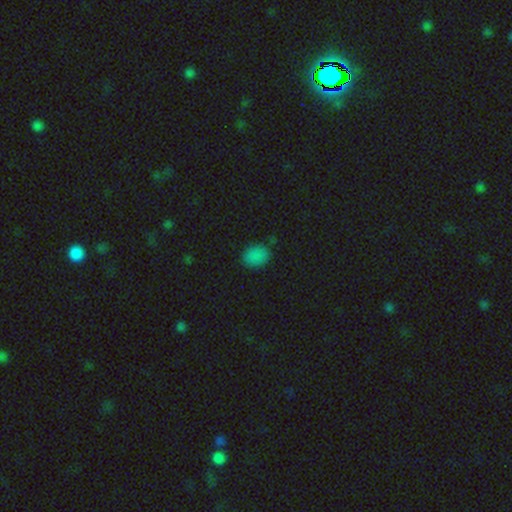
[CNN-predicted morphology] This is clearly a smooth galaxy (82%). How rounded: likely in between (64%). Merging: clearly none (83%).